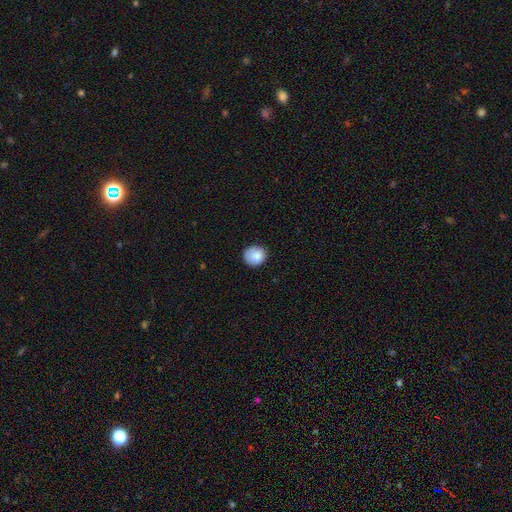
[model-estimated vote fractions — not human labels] Q: Smooth or featured?
A: smooth (84%); runner-up: featured or disk (8%)
Q: How rounded?
A: round (82%); runner-up: in between (17%)
Q: Merging?
A: none (77%); runner-up: minor disturbance (18%)